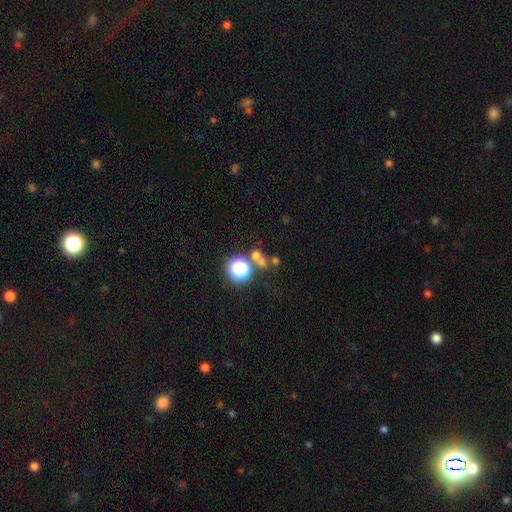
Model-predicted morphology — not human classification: Smooth or featured? smooth (56%)
How rounded? round (81%)
Merging? none (53%)